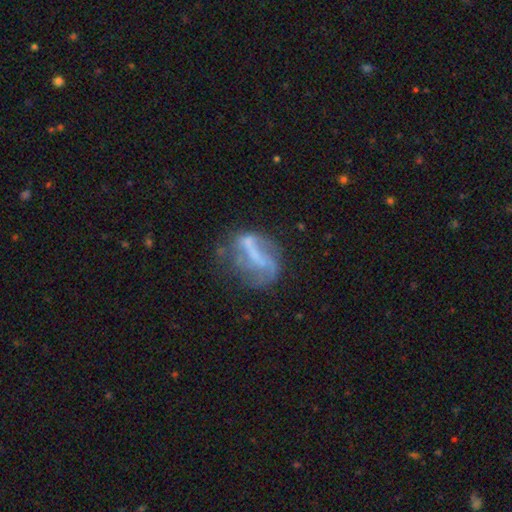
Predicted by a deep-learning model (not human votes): The model was most divided on "bar" (2-way tie): strong: 34%, no: 34%, weak: 32%. Remaining: edge-on disk — no (96%); smooth or featured — featured or disk (67%); bulge size — none (58%); spiral arms — yes (51%); merging — none (41%).